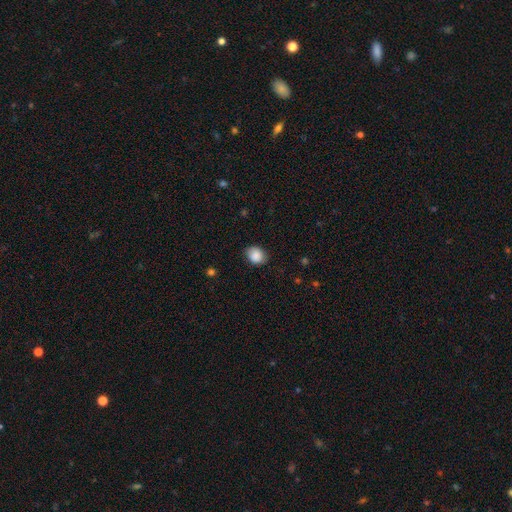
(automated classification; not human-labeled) Smooth or featured? smooth (87%)
How rounded? in between (50%)
Merging? none (81%)